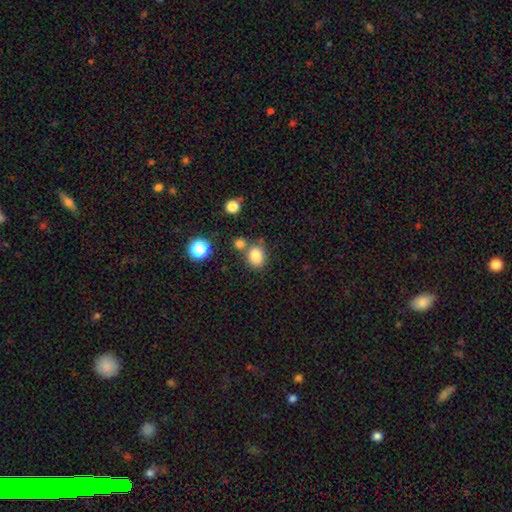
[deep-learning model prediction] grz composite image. It shows a smooth galaxy with no disk features (83%) that is round (56%). Merging: none (65%).